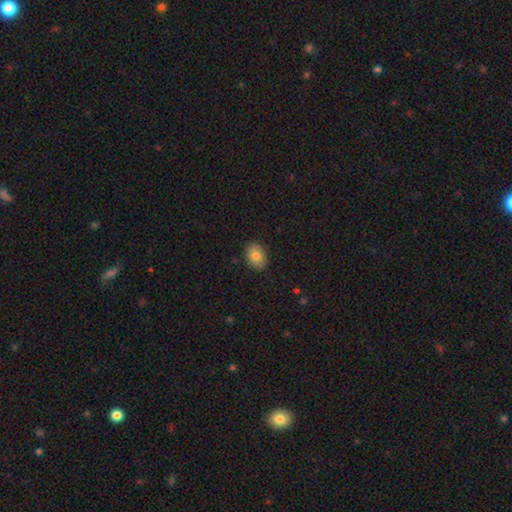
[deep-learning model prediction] smooth_or_featured: smooth (p=0.82) [alt: featured or disk p=0.10]
how_rounded: in between (p=0.73) [alt: round p=0.26]
merging: none (p=0.87) [alt: minor disturbance p=0.10]